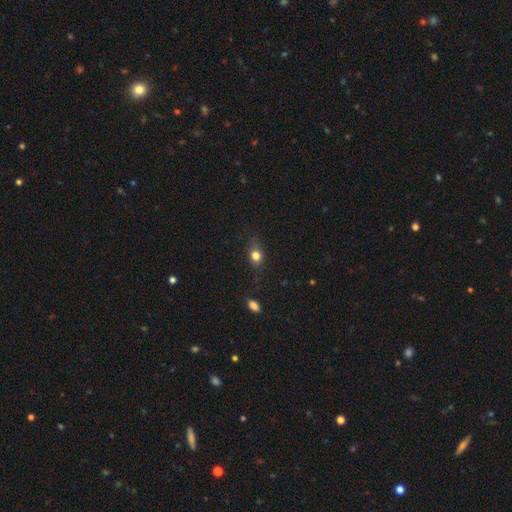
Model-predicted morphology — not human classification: This is likely a smooth galaxy (76%). How rounded: possibly in between (50%). Merging: likely none (74%).